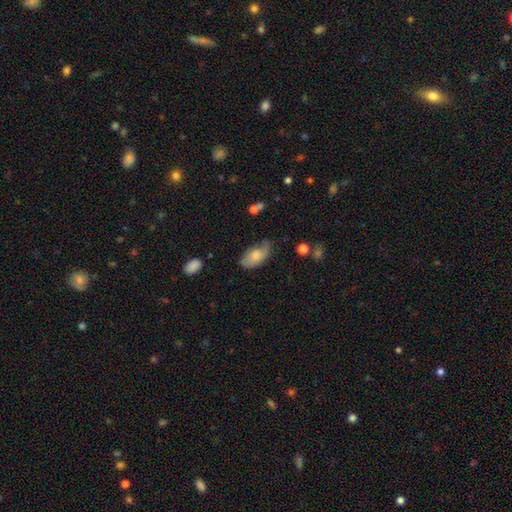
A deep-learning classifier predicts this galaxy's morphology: This is likely a smooth galaxy (69%). How rounded: clearly in between (93%). Merging: possibly none (48%).